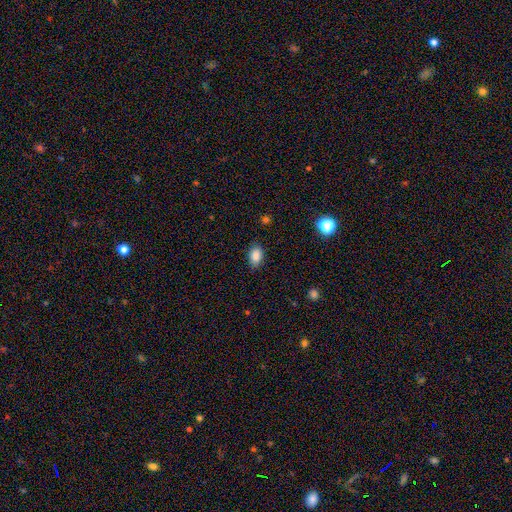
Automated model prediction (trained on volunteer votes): Smooth or featured: smooth — 87% (star or artifact — 9%)
How rounded: in between — 87% (round — 11%)
Merging: none — 84% (minor disturbance — 12%)